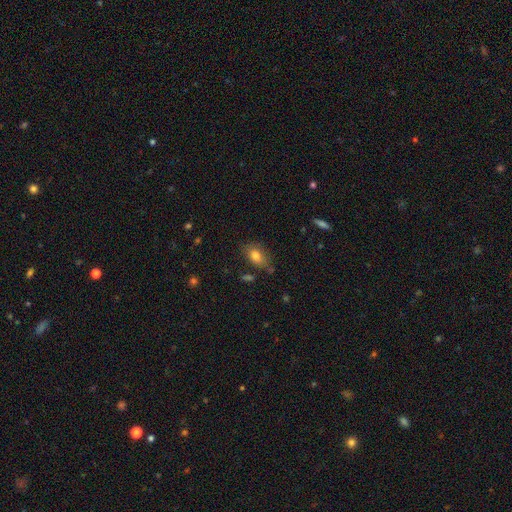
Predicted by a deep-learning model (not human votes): This appears to be a smooth galaxy with no disk features (80%) that is in between round and cigar-shaped (85%). Merging: none (73%).